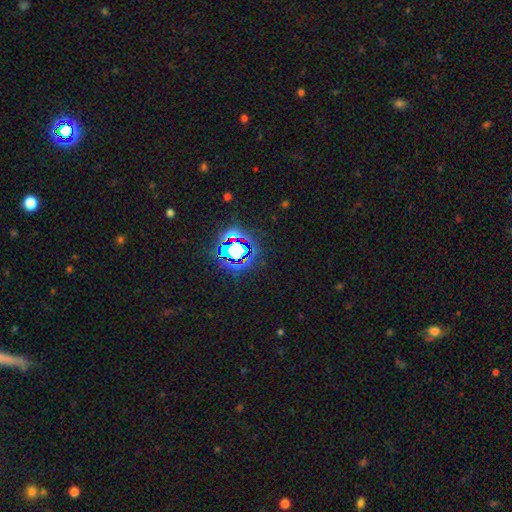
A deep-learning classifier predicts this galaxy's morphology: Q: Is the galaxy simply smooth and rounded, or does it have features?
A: star or artifact — 81%.